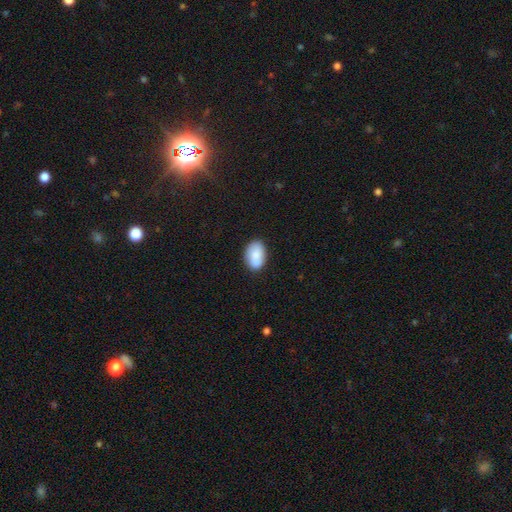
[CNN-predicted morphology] smooth-or-featured: smooth: 82% | featured or disk: 11% | star or artifact: 7%
  how-rounded: in between: 88% | round: 10% | cigar-shaped: 1%
  merging: none: 80% | minor disturbance: 15% | major disturbance: 3% | merger: 2%